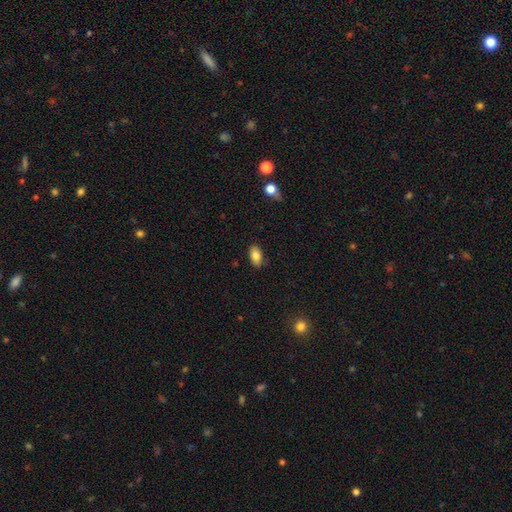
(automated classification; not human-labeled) Overall: smooth (83%). How rounded: in between (92%). Merging: none (86%).